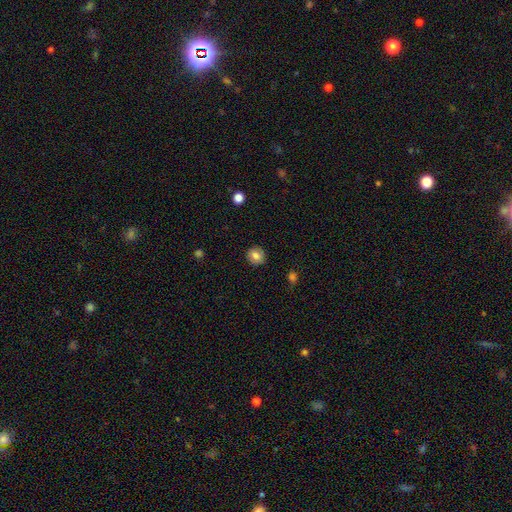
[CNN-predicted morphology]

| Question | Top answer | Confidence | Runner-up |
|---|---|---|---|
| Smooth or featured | smooth | 81% | featured or disk (9%) |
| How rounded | round | 87% | in between (12%) |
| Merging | none | 89% | minor disturbance (8%) |